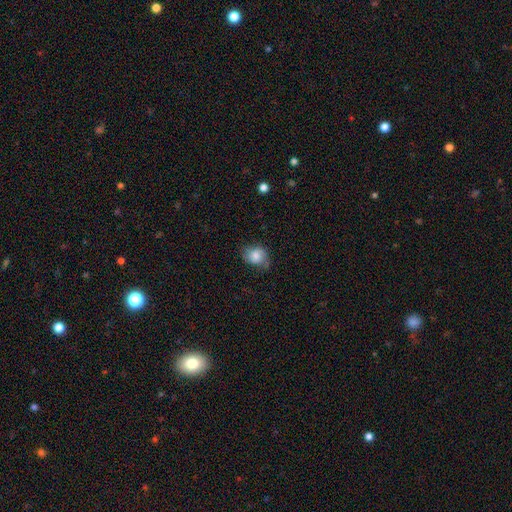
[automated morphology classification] smooth-or-featured: smooth: 73% | featured or disk: 18% | star or artifact: 8%
  how-rounded: in between: 51% | round: 48% | cigar-shaped: 1%
  merging: none: 61% | minor disturbance: 29% | major disturbance: 8% | merger: 2%